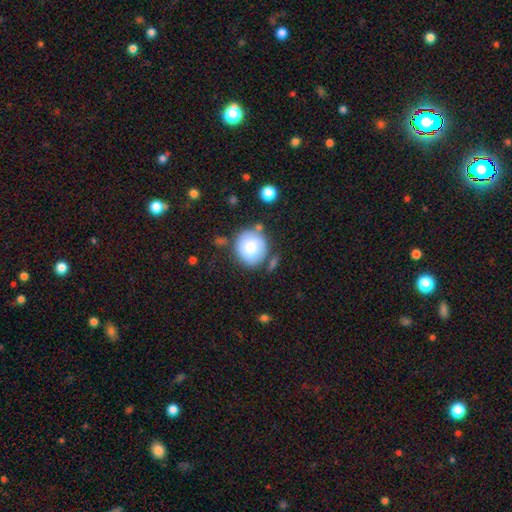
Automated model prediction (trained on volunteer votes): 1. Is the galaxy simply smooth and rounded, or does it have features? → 60% smooth, 22% featured or disk, 18% star or artifact.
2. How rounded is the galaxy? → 86% round, 12% in between, 1% cigar-shaped.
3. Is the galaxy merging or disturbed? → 75% none, 15% minor disturbance, 5% merger, 5% major disturbance.